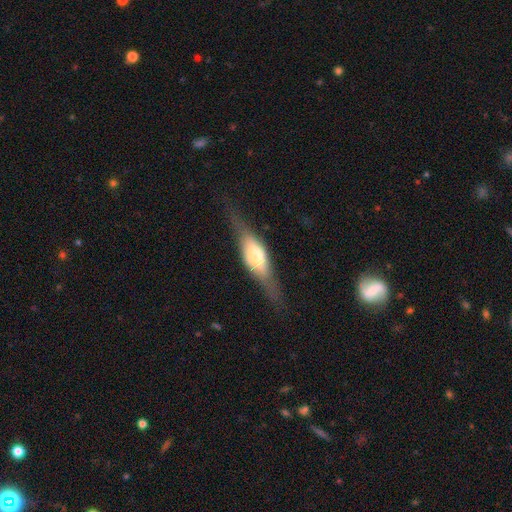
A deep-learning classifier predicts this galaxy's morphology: Overall: featured or disk (60%; smooth 34%). Edge-on disk: yes (89%). Edge-on bulge: rounded (82%). Merging: none (72%).